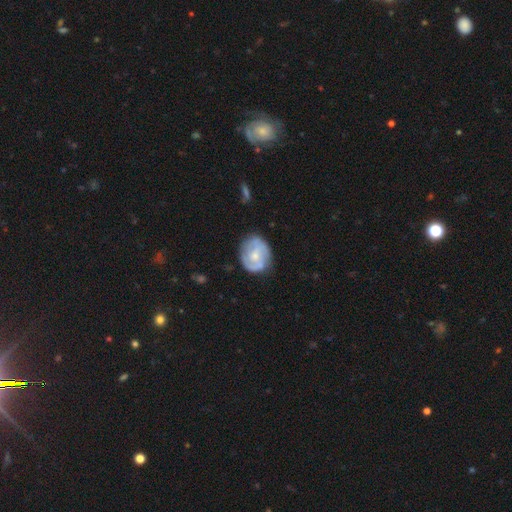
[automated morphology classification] Overall: featured or disk (63%; smooth 31%). Edge-on disk: no (97%). Bar: no (61%; weak 33%). Spiral arms: yes (76%). Bulge size: small (49%; moderate 44%). Merging: none (68%).